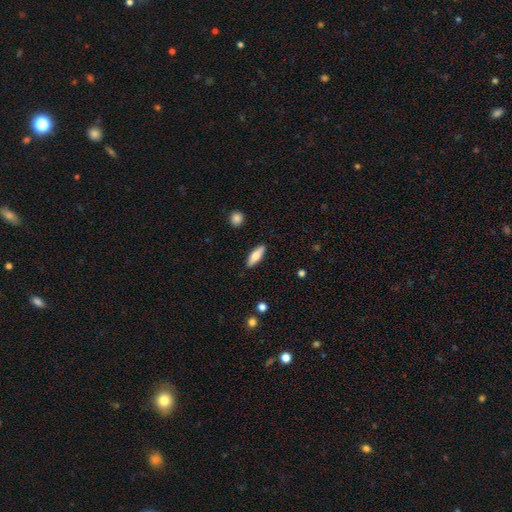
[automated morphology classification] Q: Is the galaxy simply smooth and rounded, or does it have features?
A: smooth — 67%.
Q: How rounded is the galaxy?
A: in between — 50%.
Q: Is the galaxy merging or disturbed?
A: none — 88%.